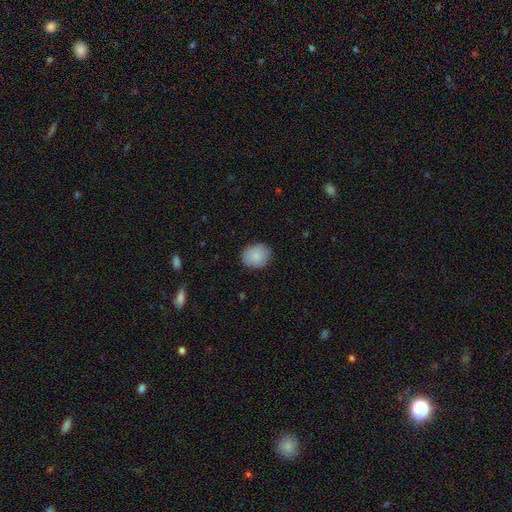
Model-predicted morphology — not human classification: A smooth galaxy with no disk features (86%) that is round (55%).

Vote fractions:
- Smooth or featured? smooth: 86% / star or artifact: 7% / featured or disk: 7%
- How rounded? round: 55% / in between: 44% / cigar-shaped: 1%
- Merging? none: 86% / minor disturbance: 10% / major disturbance: 2% / merger: 1%